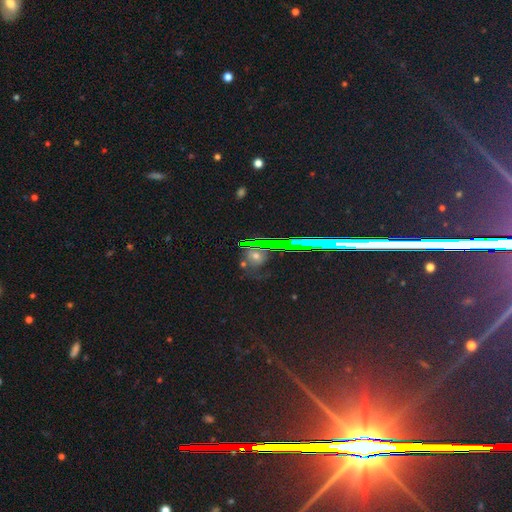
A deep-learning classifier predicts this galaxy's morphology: Smooth or featured?
  - star or artifact: 48% *
  - smooth: 34%
  - featured or disk: 18%